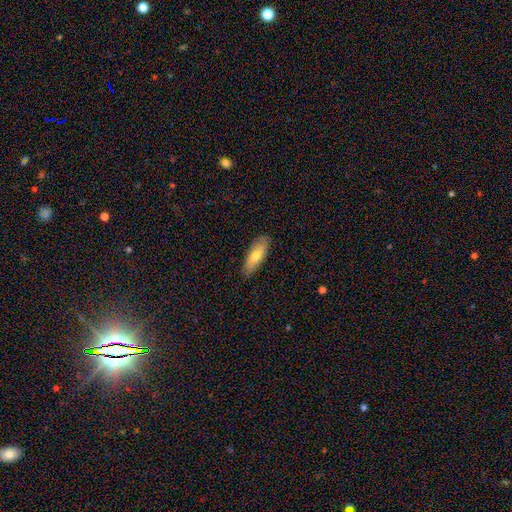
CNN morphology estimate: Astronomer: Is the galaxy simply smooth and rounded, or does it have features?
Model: smooth — 70%.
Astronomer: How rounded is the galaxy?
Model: in between — 63%.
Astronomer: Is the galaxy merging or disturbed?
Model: none — 86%.